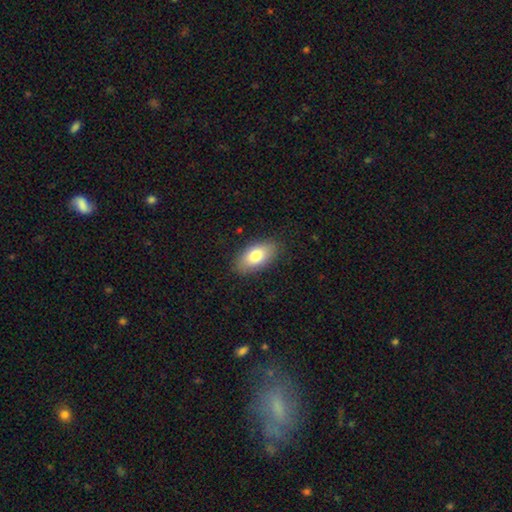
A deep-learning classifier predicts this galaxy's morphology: type=smooth (78%); roundness=in between (92%); merging=none (85%).